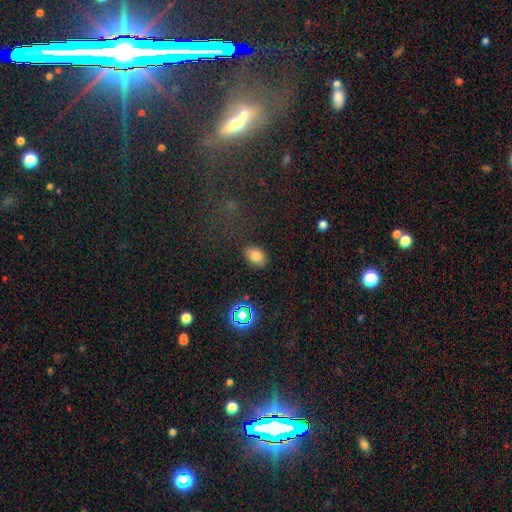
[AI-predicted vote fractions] This is likely a smooth galaxy (78%). How rounded: likely in between (79%). Merging: clearly none (80%).